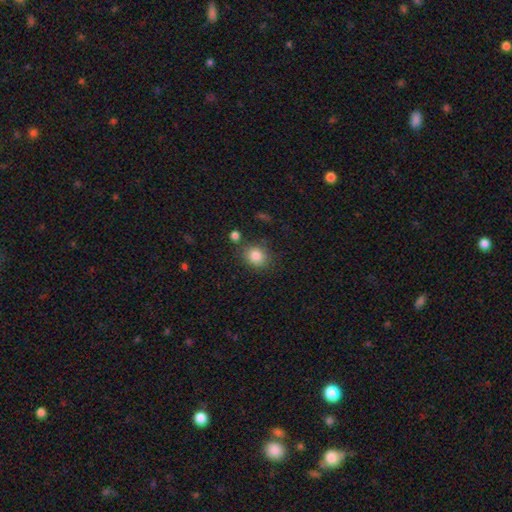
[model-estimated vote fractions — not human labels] A smooth galaxy with no disk features (85%) that is round (65%). Merging: none (77%).